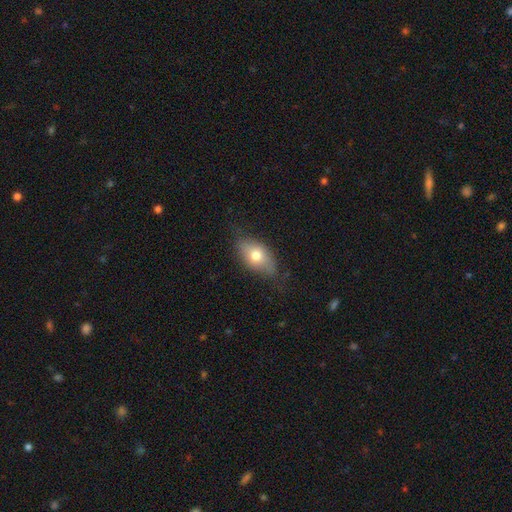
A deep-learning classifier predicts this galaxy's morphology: smooth-or-featured: smooth: 71% | featured or disk: 22% | star or artifact: 7%
  how-rounded: in between: 87% | round: 9% | cigar-shaped: 4%
  merging: none: 68% | minor disturbance: 25% | major disturbance: 6% | merger: 1%